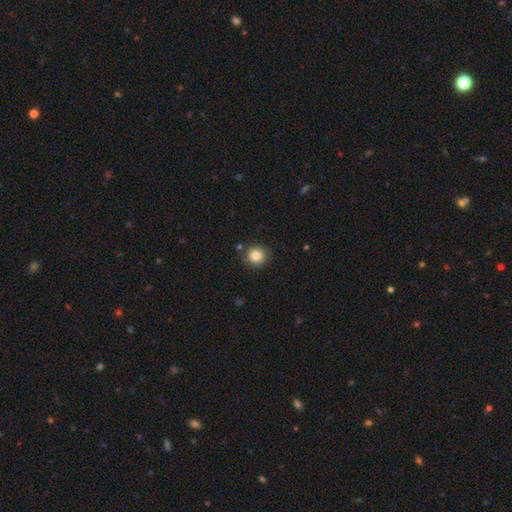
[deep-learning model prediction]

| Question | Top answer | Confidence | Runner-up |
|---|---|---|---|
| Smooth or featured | smooth | 85% | star or artifact (10%) |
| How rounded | round | 90% | in between (9%) |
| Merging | none | 85% | minor disturbance (10%) |